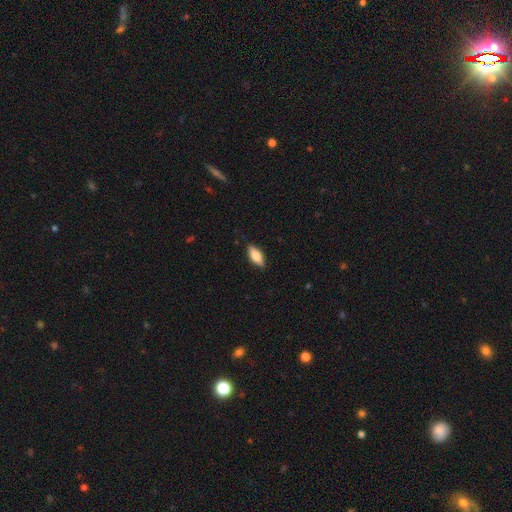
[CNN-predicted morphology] Overall: smooth (71%). How rounded: in between (77%). Merging: none (86%).